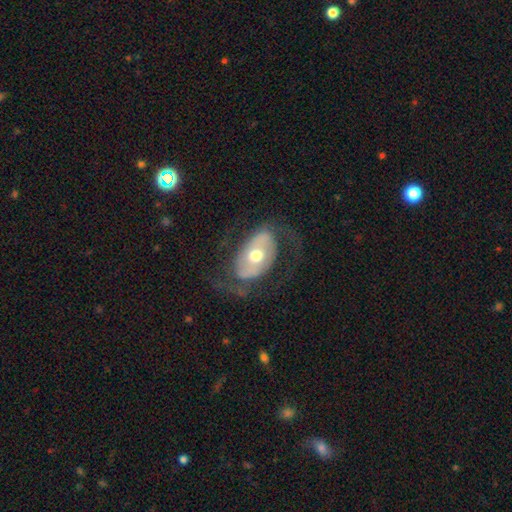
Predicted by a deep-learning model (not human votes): Overall: featured or disk (71%). Edge-on disk: no (93%). Bar: no (60%; weak 26%). Spiral arms: yes (66%; no 34%). Bulge size: moderate (73%). Merging: none (65%).